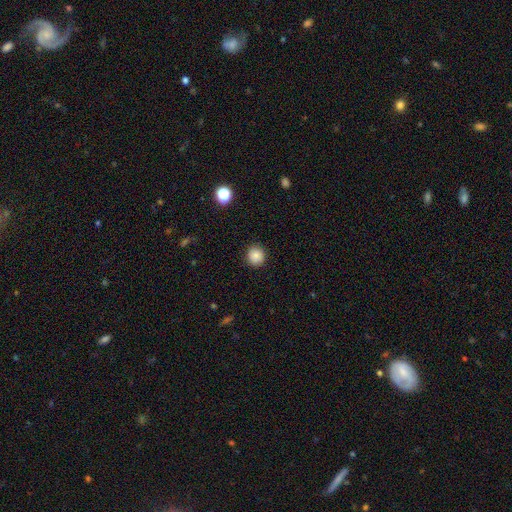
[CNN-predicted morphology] Smooth or featured? Predicted: smooth (p=0.85). How rounded? Predicted: round (p=0.90). Merging? Predicted: none (p=0.89).